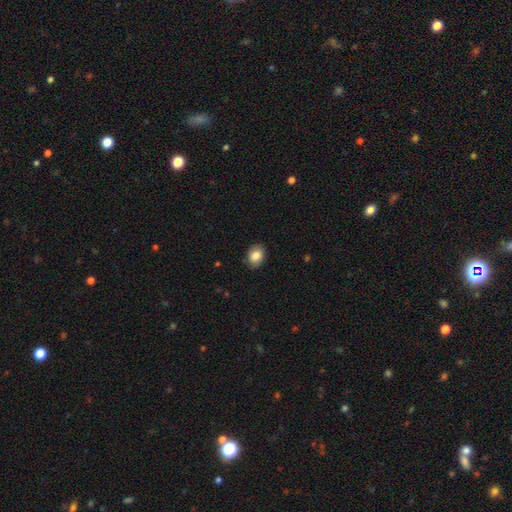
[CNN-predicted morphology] Smooth or featured? Predicted: smooth (p=0.85). How rounded? Predicted: in between (p=0.64). Merging? Predicted: none (p=0.88).